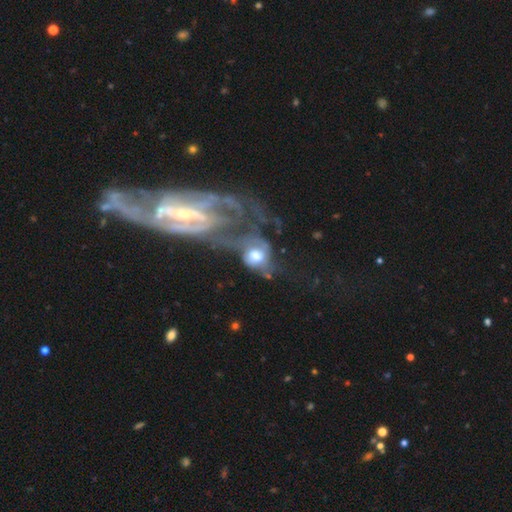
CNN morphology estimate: A featured or disk galaxy (58%) with no bar (72%), spiral arms (58%) and a large central bulge (42%).

Vote fractions:
- Smooth or featured? featured or disk: 58% / smooth: 31% / star or artifact: 11%
- Edge-on disk? no: 94% / yes: 6%
- Bar? no: 72% / weak: 20% / strong: 8%
- Spiral arms? yes: 58% / no: 42%
- Bulge size? large: 42% / moderate: 40% / small: 8% / dominant: 6% / none: 4%
- Merging? merger: 49% / major disturbance: 26% / none: 16% / minor disturbance: 10%